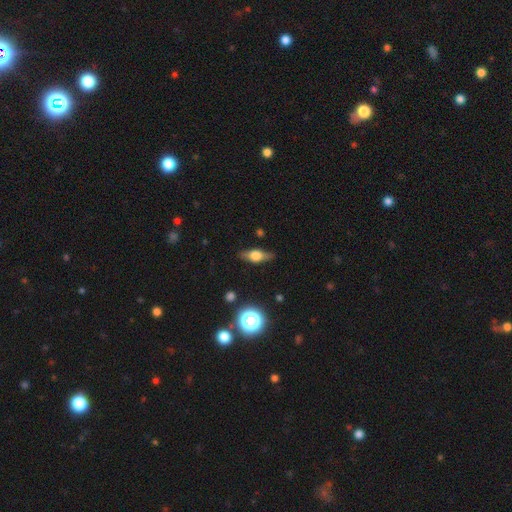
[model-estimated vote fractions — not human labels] Overall: featured or disk (47%; smooth 44%). Merging: none (83%).